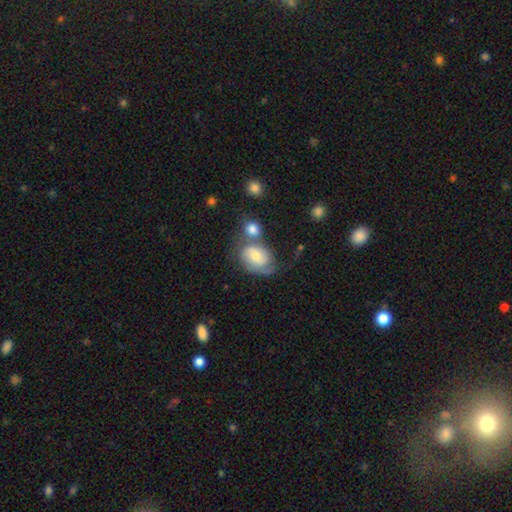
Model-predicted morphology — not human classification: This appears to be a featured or disk galaxy (54%) with no bar (67%), spiral arms (80%) and a moderate central bulge (53%). Merging: none (35%).